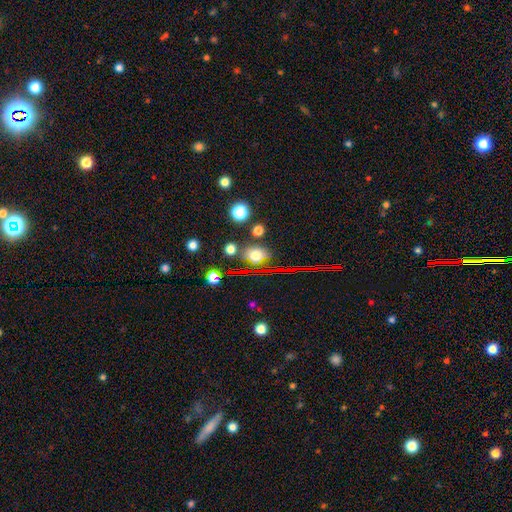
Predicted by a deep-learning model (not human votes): This appears to be a smooth galaxy with no disk features (60%) that is round (52%). Merging: none (76%).